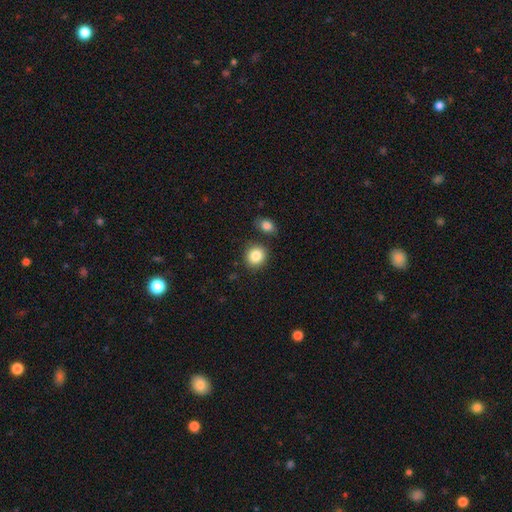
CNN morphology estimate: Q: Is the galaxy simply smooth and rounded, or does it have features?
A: smooth — 86%.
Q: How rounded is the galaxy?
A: round — 82%.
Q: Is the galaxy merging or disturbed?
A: none — 81%.